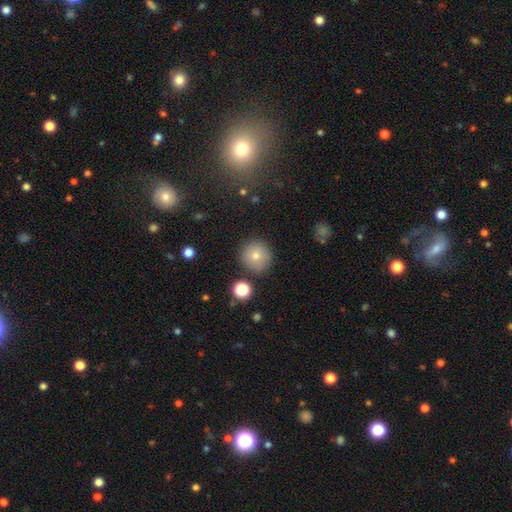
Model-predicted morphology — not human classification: Smooth or featured: smooth — 76% (featured or disk — 12%)
How rounded: round — 94% (in between — 5%)
Merging: none — 85% (minor disturbance — 8%)